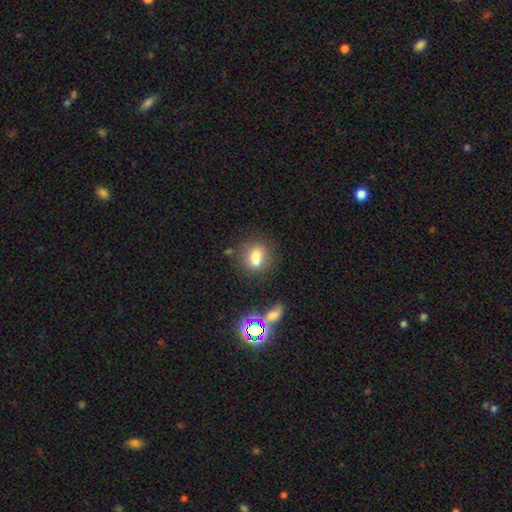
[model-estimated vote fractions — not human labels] This is likely a smooth galaxy (71%). How rounded: possibly in between (52%). Merging: possibly none (49%).